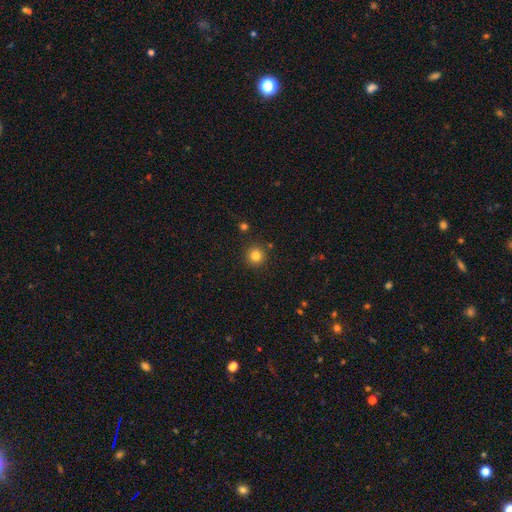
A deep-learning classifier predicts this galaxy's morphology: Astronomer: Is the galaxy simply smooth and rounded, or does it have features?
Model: smooth — 82%.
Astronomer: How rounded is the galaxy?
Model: round — 95%.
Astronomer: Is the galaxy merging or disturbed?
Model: none — 89%.